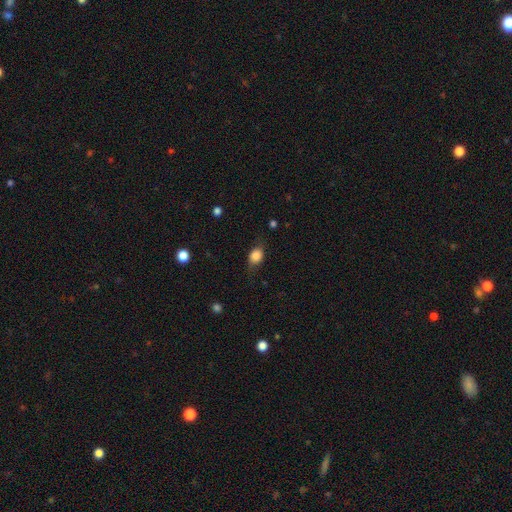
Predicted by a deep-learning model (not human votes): Smooth or featured?
  - smooth: 79% *
  - featured or disk: 12%
  - star or artifact: 9%
How rounded?
  - in between: 56% *
  - round: 42%
  - cigar-shaped: 2%
Merging?
  - none: 66% *
  - minor disturbance: 23%
  - major disturbance: 9%
  - merger: 1%